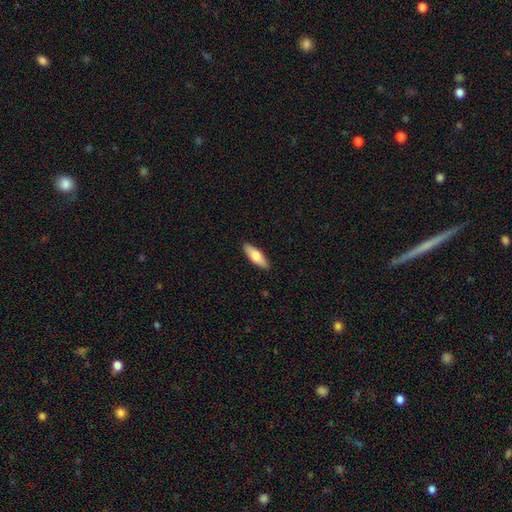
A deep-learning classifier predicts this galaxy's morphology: Smooth or featured: smooth — 68% (featured or disk — 27%)
How rounded: in between — 59% (cigar-shaped — 39%)
Merging: none — 90% (minor disturbance — 7%)